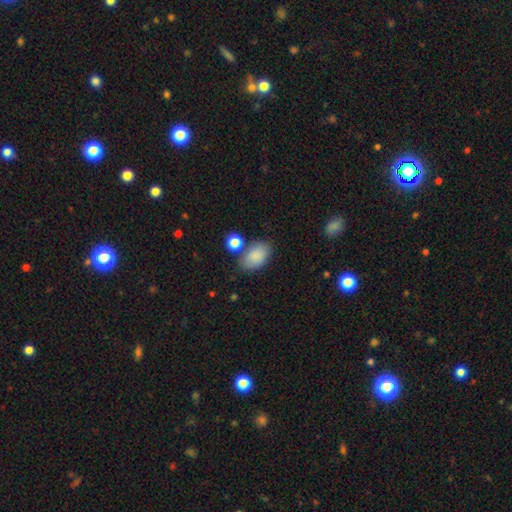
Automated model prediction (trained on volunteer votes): A smooth galaxy with no disk features (87%) that is in between round and cigar-shaped (90%).

Vote fractions:
- Smooth or featured? smooth: 87% / star or artifact: 7% / featured or disk: 6%
- How rounded? in between: 90% / round: 9% / cigar-shaped: 1%
- Merging? none: 72% / minor disturbance: 15% / merger: 9% / major disturbance: 4%